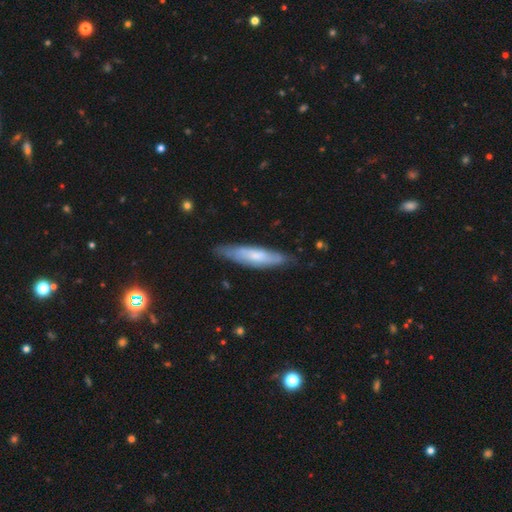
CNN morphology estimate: A smooth galaxy with no disk features (55%) that is cigar-shaped (77%).

Vote fractions:
- Smooth or featured? smooth: 55% / featured or disk: 39% / star or artifact: 5%
- How rounded? cigar-shaped: 77% / in between: 22% / round: 1%
- Merging? none: 76% / minor disturbance: 20% / major disturbance: 3% / merger: 1%